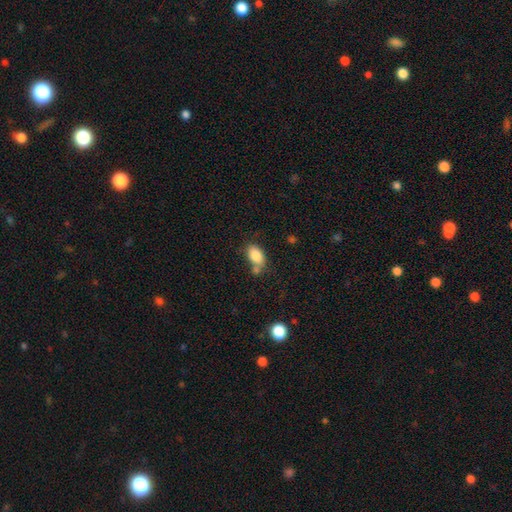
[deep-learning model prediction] The model was most divided on "merging": none: 54%, merger: 22%, minor disturbance: 18%, major disturbance: 6%. More confident: how rounded — in between (90%); smooth or featured — smooth (85%).